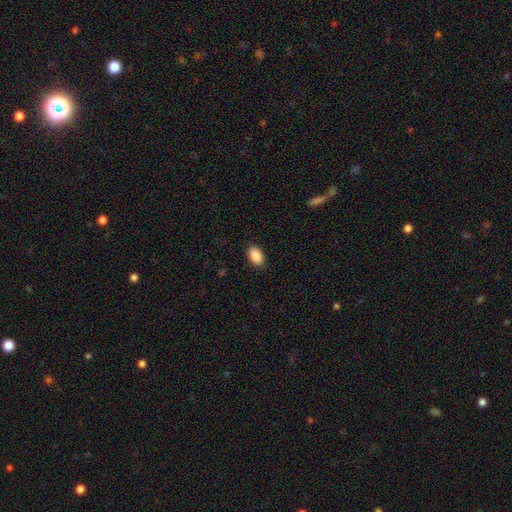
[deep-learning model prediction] Smooth or featured? Predicted: smooth (p=0.90). How rounded? Predicted: in between (p=0.93). Merging? Predicted: none (p=0.89).